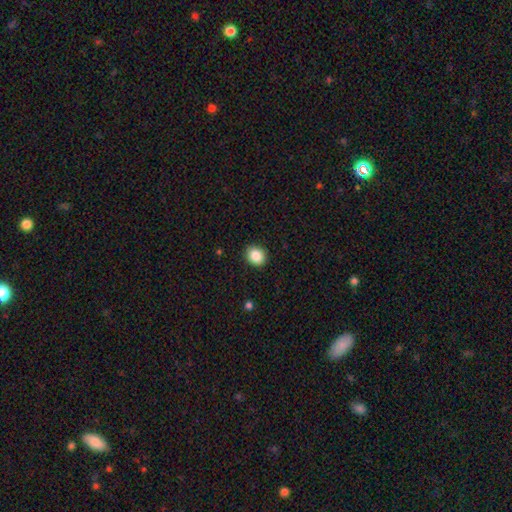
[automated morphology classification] Smooth or featured? smooth (87%)
How rounded? round (67%)
Merging? none (90%)